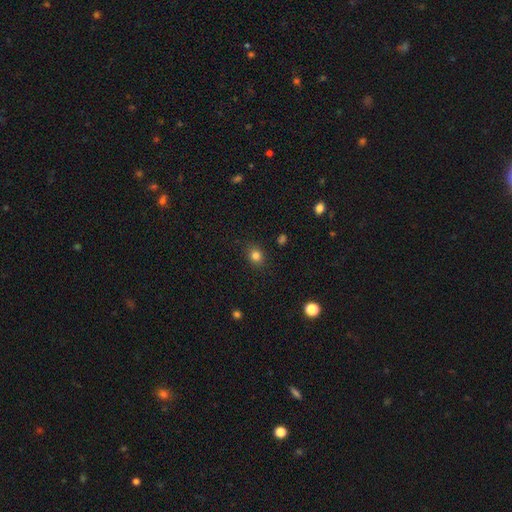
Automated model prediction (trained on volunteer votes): Overall: smooth (81%). How rounded: round (67%; in between 32%). Merging: none (87%).